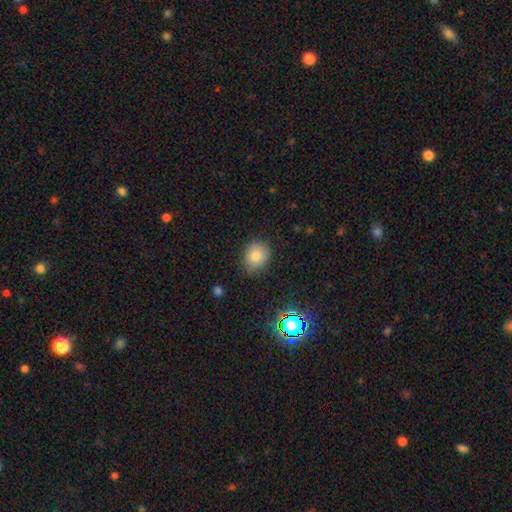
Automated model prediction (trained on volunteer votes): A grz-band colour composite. It shows a smooth galaxy with no disk features (79%) that is round (70%). Merging: none (81%).